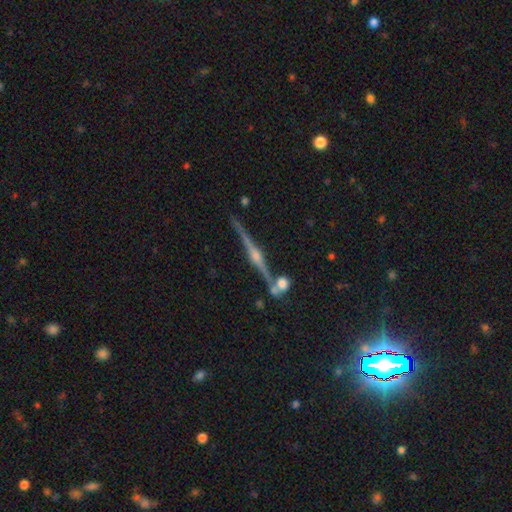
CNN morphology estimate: smooth_or_featured: featured or disk (p=0.82) [alt: star or artifact p=0.11]
disk_edge_on: yes (p=0.97) [alt: no p=0.03]
edge_on_bulge: rounded (p=0.88) [alt: boxy p=0.06]
merging: none (p=0.77) [alt: minor disturbance p=0.10]